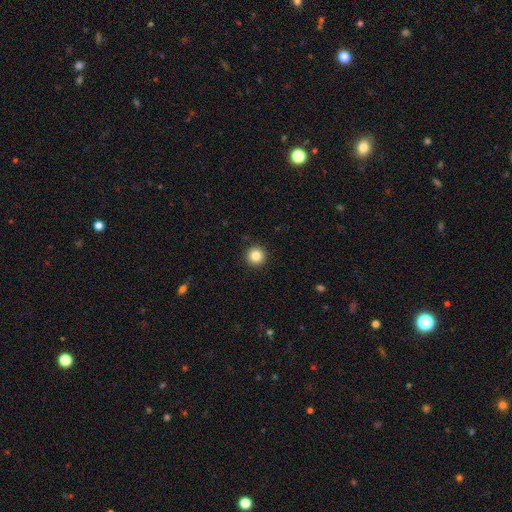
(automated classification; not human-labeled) smooth-or-featured: smooth: 84% | star or artifact: 10% | featured or disk: 5%
  how-rounded: round: 96% | in between: 3% | cigar-shaped: 1%
  merging: none: 93% | minor disturbance: 4% | major disturbance: 2% | merger: 1%